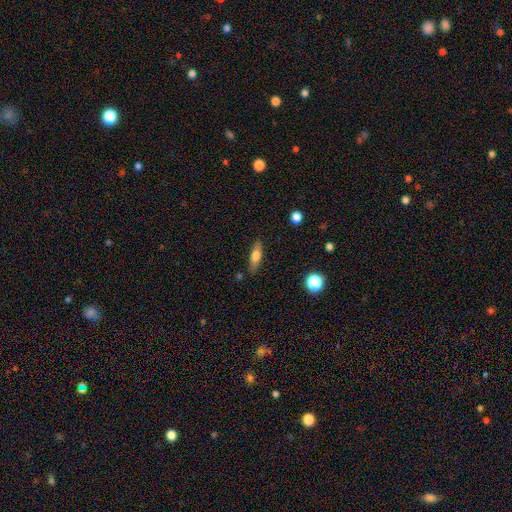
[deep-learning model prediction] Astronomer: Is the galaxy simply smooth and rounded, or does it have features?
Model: smooth — 61%.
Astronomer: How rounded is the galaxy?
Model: cigar-shaped — 54% (runner-up: in between, 43%).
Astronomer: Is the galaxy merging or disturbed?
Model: none — 84%.